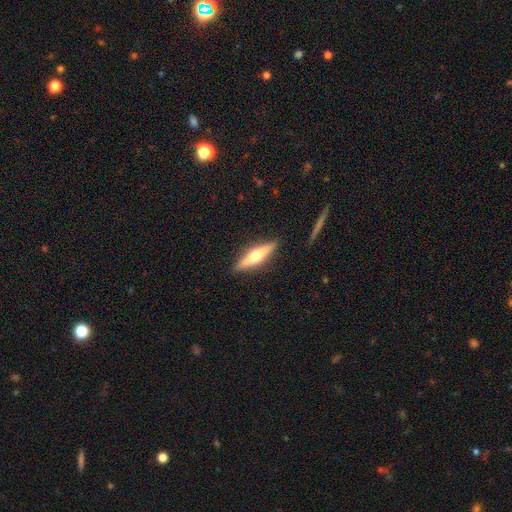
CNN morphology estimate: A featured or disk galaxy (55%) viewed edge-on (95%) with a rounded central bulge (91%).

Vote fractions:
- Smooth or featured? featured or disk: 55% / smooth: 40% / star or artifact: 6%
- Edge-on disk? yes: 95% / no: 5%
- Edge-on bulge? rounded: 91% / boxy: 5% / none: 5%
- Merging? none: 89% / minor disturbance: 8% / major disturbance: 2% / merger: 1%